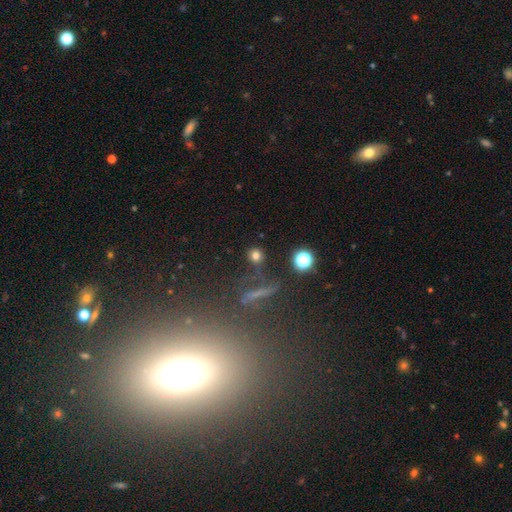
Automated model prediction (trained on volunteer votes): Overall: smooth (72%). How rounded: round (89%). Merging: none (75%).